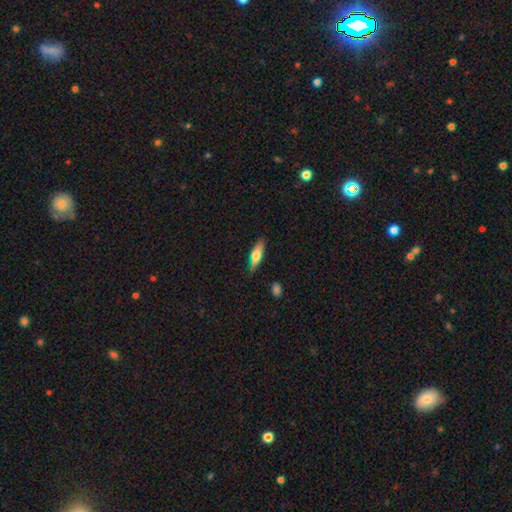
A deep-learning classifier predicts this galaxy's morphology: Smooth or featured? Predicted: smooth (p=0.55). How rounded? Predicted: cigar-shaped (p=0.56). Merging? Predicted: none (p=0.82).